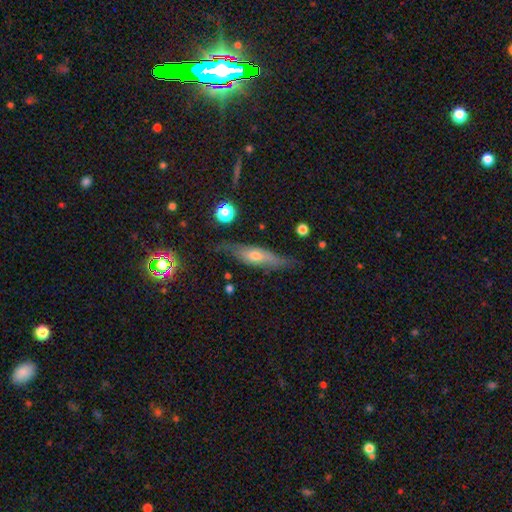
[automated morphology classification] Smooth or featured?
  - featured or disk: 54% *
  - smooth: 39%
  - star or artifact: 8%
Edge-on disk?
  - yes: 77% *
  - no: 23%
Merging?
  - none: 73% *
  - minor disturbance: 20%
  - major disturbance: 5%
  - merger: 2%